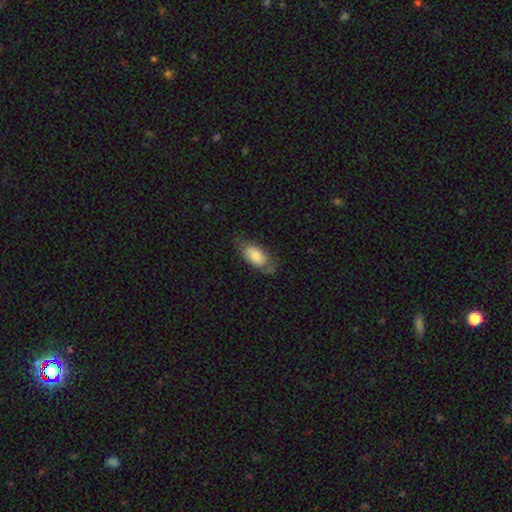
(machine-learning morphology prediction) Smooth or featured: smooth — 66% (featured or disk — 27%)
How rounded: in between — 90% (cigar-shaped — 6%)
Merging: none — 61% (minor disturbance — 27%)